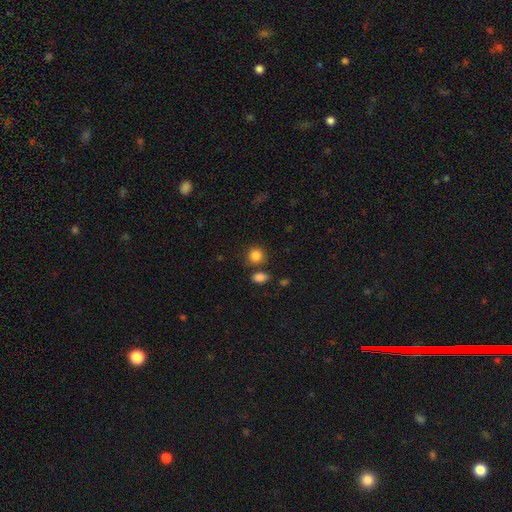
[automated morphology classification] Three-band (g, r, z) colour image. It shows a smooth galaxy with no disk features (86%) that is round (82%). Merging: none (73%).